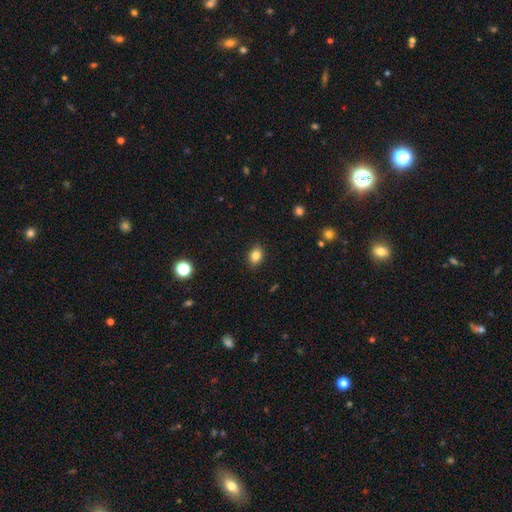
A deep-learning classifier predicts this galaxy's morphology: This is clearly a smooth galaxy (84%). How rounded: likely in between (68%). Merging: clearly none (87%).